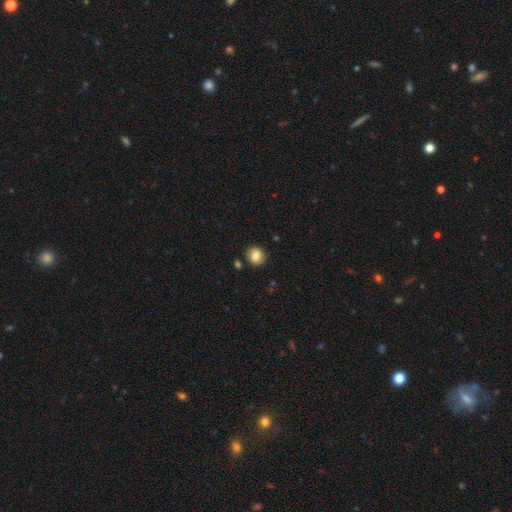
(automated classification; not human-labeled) Morphology: type=smooth (81%); roundness=round (83%); merging=none (86%).